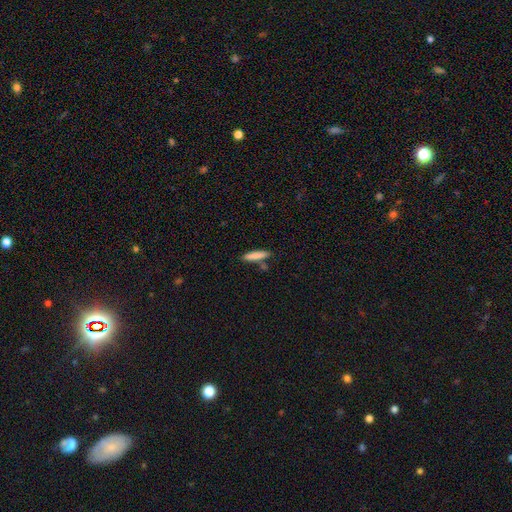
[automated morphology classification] Q: Smooth or featured?
A: smooth (82%); runner-up: featured or disk (12%)
Q: How rounded?
A: cigar-shaped (85%); runner-up: in between (13%)
Q: Merging?
A: none (79%); runner-up: minor disturbance (12%)